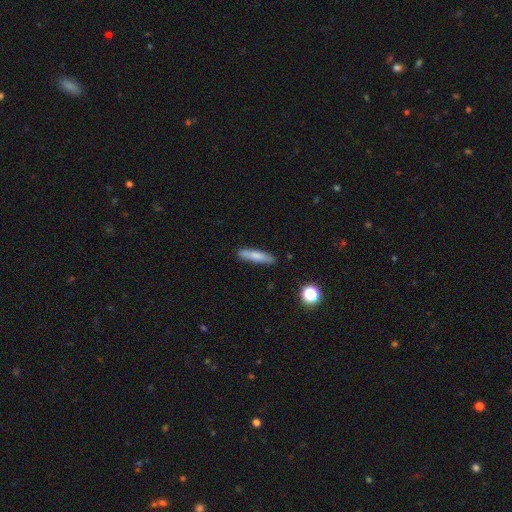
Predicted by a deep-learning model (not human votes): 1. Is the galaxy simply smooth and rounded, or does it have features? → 74% smooth, 19% featured or disk, 7% star or artifact.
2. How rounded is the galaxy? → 85% cigar-shaped, 13% in between, 2% round.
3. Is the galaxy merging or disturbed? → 83% none, 12% minor disturbance, 2% major disturbance, 2% merger.